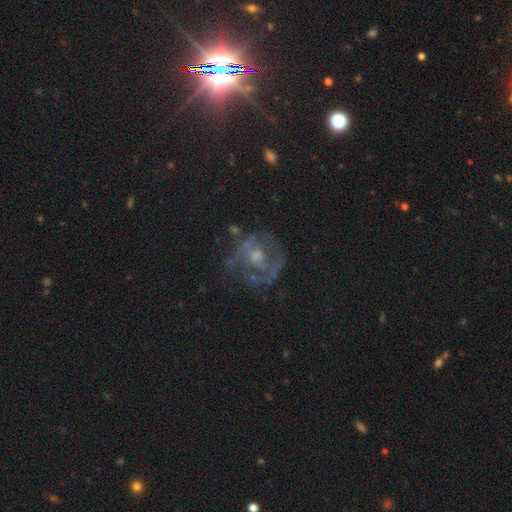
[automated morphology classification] A featured or disk galaxy (60%) with no bar (68%), spiral arms (66%) and a small central bulge (46%).

Vote fractions:
- Smooth or featured? featured or disk: 60% / star or artifact: 26% / smooth: 14%
- Edge-on disk? no: 96% / yes: 4%
- Bar? no: 68% / weak: 25% / strong: 7%
- Spiral arms? yes: 66% / no: 34%
- Bulge size? small: 46% / moderate: 44% / none: 5% / large: 3% / dominant: 1%
- Merging? none: 64% / major disturbance: 17% / minor disturbance: 16% / merger: 3%